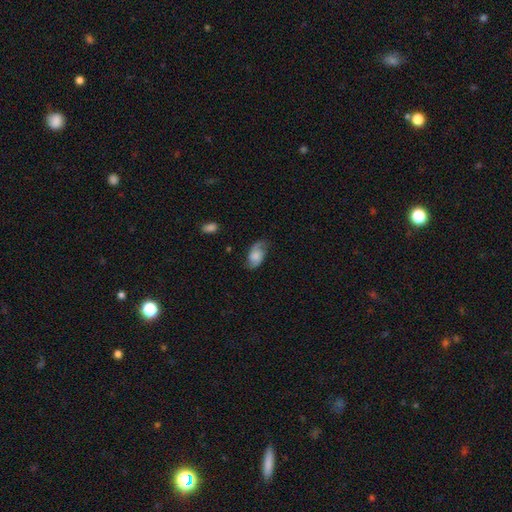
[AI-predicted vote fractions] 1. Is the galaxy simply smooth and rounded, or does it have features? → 49% smooth, 43% featured or disk, 8% star or artifact.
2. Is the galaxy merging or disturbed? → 69% none, 23% minor disturbance, 7% major disturbance, 1% merger.